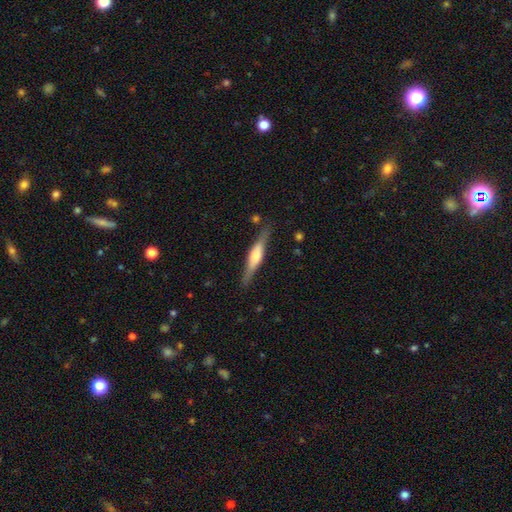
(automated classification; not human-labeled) A featured or disk galaxy (59%) viewed edge-on (95%) with a rounded central bulge (68%).

Vote fractions:
- Smooth or featured? featured or disk: 59% / smooth: 35% / star or artifact: 6%
- Edge-on disk? yes: 95% / no: 5%
- Edge-on bulge? rounded: 68% / boxy: 24% / none: 7%
- Merging? none: 83% / minor disturbance: 12% / major disturbance: 3% / merger: 2%